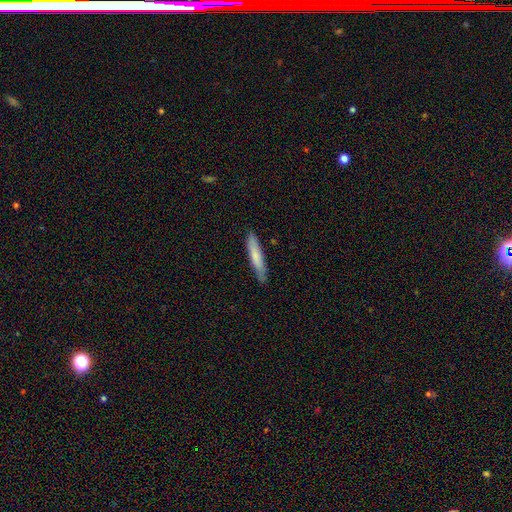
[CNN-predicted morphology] smooth-or-featured: smooth: 75% | featured or disk: 20% | star or artifact: 5%
  how-rounded: cigar-shaped: 91% | in between: 8% | round: 1%
  merging: none: 83% | minor disturbance: 13% | major disturbance: 2% | merger: 1%